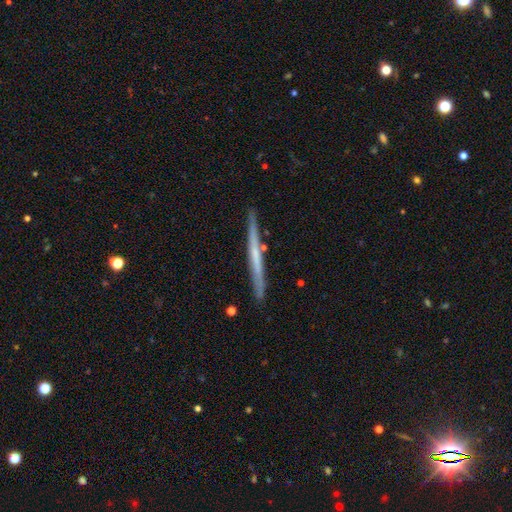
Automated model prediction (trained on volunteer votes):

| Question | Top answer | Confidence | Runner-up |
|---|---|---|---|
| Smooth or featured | featured or disk | 57% | smooth (37%) |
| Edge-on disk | yes | 97% | no (3%) |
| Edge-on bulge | none | 83% | rounded (12%) |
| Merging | none | 88% | minor disturbance (8%) |